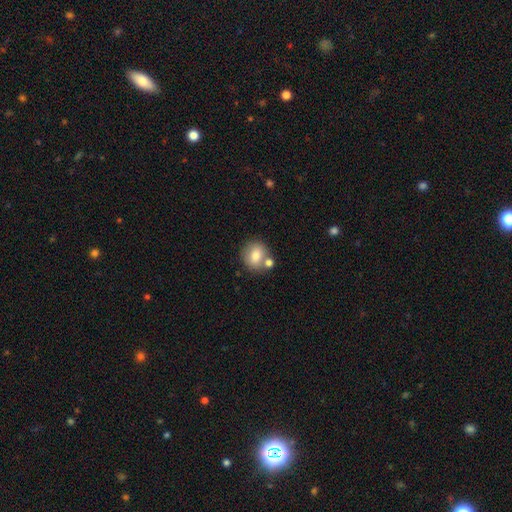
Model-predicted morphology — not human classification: Q: Smooth or featured?
A: smooth (77%); runner-up: featured or disk (14%)
Q: How rounded?
A: round (82%); runner-up: in between (17%)
Q: Merging?
A: none (66%); runner-up: merger (20%)